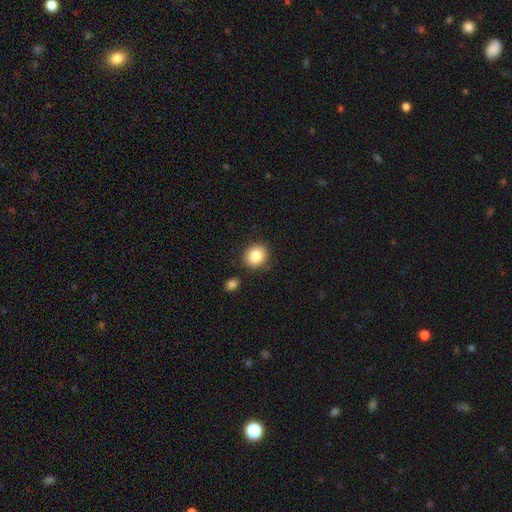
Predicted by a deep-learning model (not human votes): This is clearly a smooth galaxy (86%). How rounded: likely round (74%). Merging: clearly none (84%).